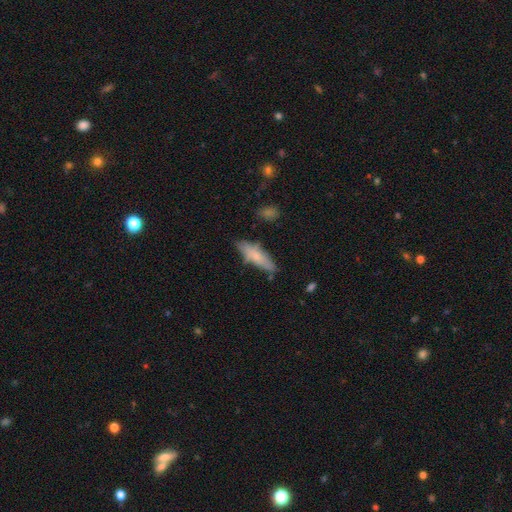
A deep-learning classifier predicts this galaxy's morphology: This appears to be a smooth galaxy with no disk features (70%) that is cigar-shaped (56%). Merging: none (68%).